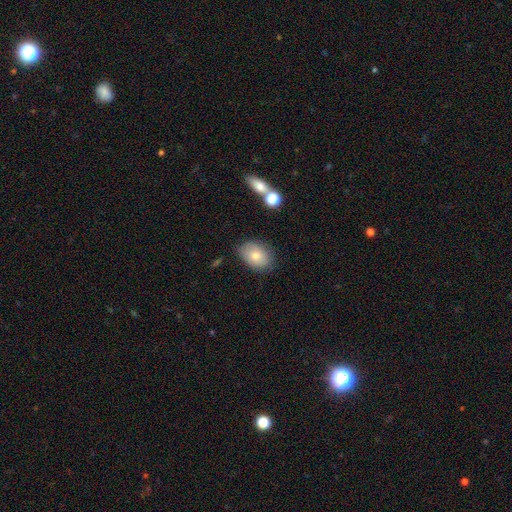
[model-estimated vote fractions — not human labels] A smooth galaxy with no disk features (75%) that is in between round and cigar-shaped (77%). Merging: none (76%).